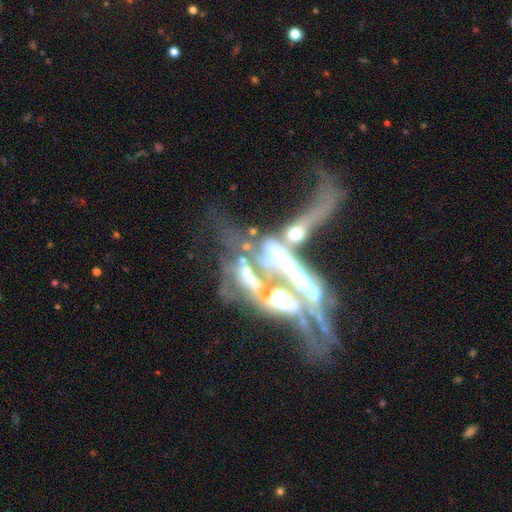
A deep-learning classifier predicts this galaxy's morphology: This appears to be a featured or disk galaxy (68%). Merging: merger (59%).